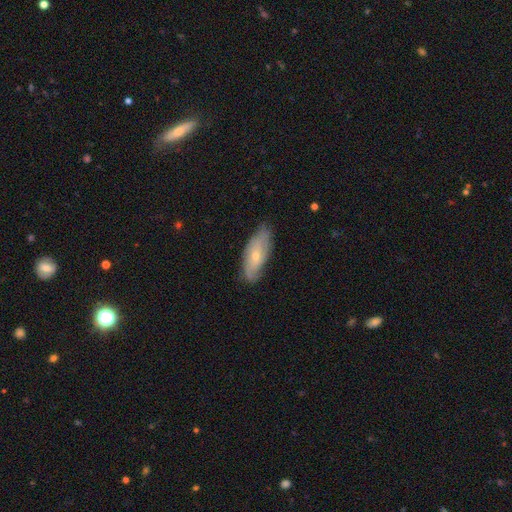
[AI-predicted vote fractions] Smooth or featured? Predicted: featured or disk (p=0.55). Edge-on disk? Predicted: no (p=0.84). Merging? Predicted: none (p=0.73).